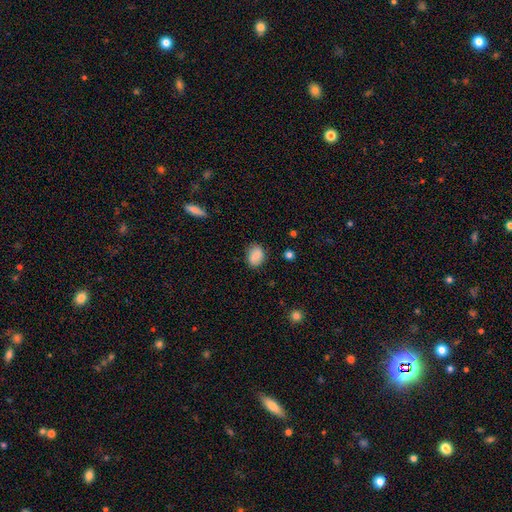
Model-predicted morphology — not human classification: Q: Smooth or featured?
A: smooth (82%); runner-up: featured or disk (9%)
Q: How rounded?
A: in between (62%); runner-up: round (37%)
Q: Merging?
A: none (79%); runner-up: minor disturbance (16%)